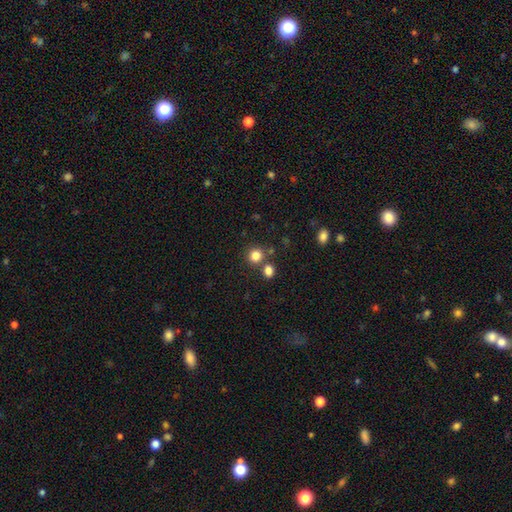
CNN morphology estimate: smooth 81%, star or artifact 13%, featured or disk 5%. Down the decision tree: how rounded — round (88%); merging — none (73%).